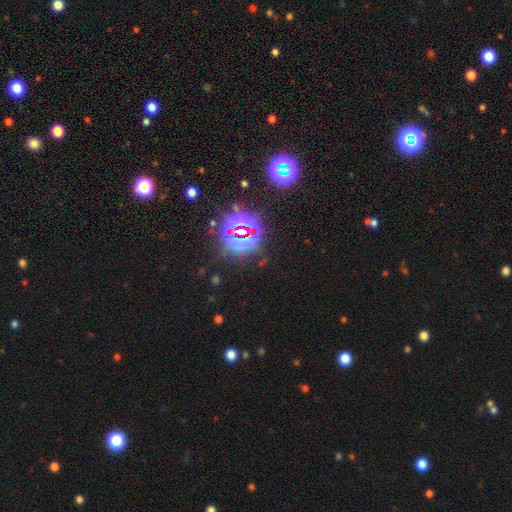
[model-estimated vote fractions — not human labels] Smooth or featured?
  - star or artifact: 84% *
  - smooth: 9%
  - featured or disk: 6%